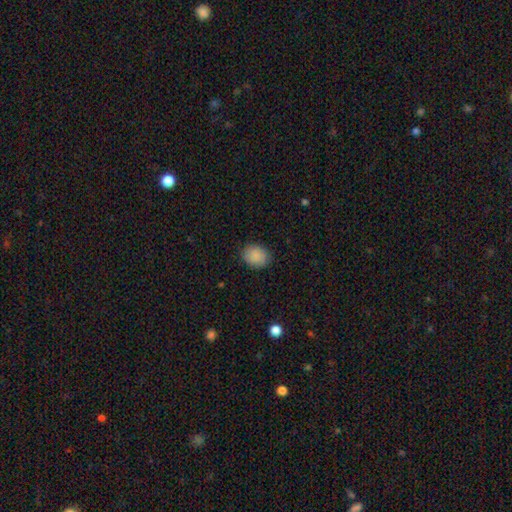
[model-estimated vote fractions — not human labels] Q: Smooth or featured?
A: smooth (88%); runner-up: star or artifact (8%)
Q: How rounded?
A: in between (52%); runner-up: round (47%)
Q: Merging?
A: none (87%); runner-up: minor disturbance (9%)